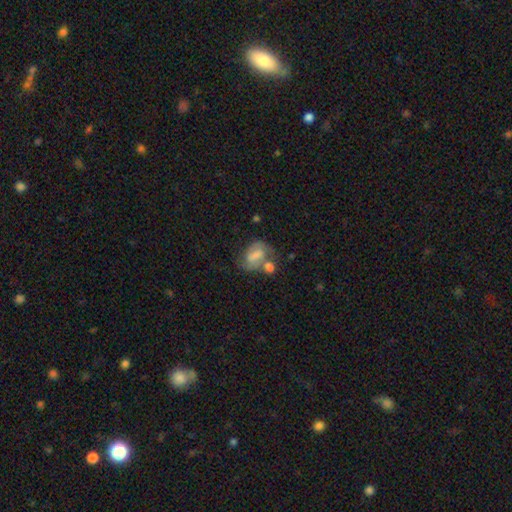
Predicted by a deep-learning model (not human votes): Smooth or featured? smooth (50%)
How rounded? in between (74%)
Merging? merger (34%)